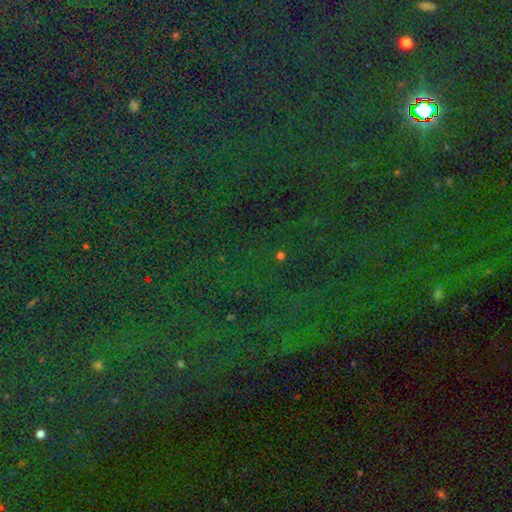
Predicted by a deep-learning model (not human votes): This is clearly a star or artifact rather than a galaxy (81%).